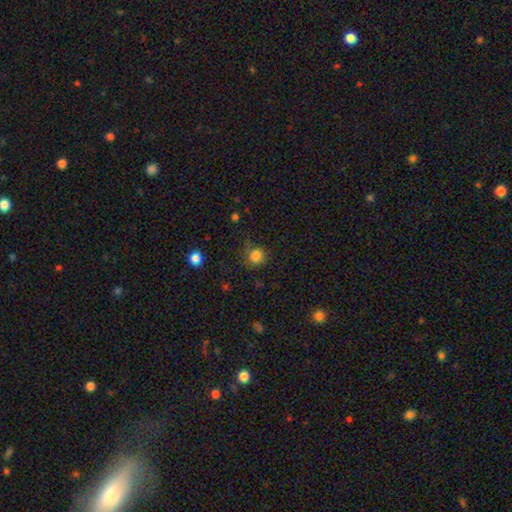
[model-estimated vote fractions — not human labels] This is clearly a smooth galaxy (83%). How rounded: clearly round (91%). Merging: likely none (79%).